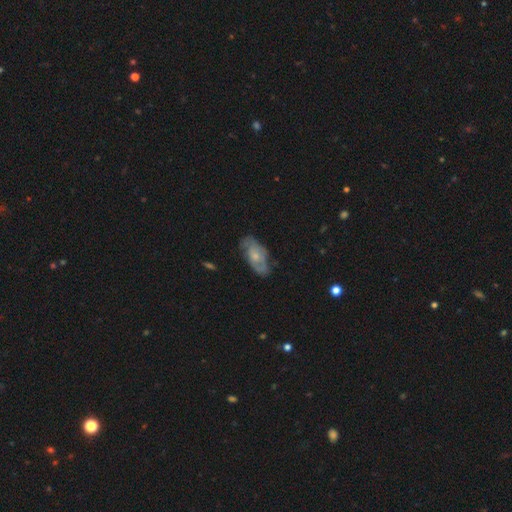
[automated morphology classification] Smooth or featured? Predicted: featured or disk (p=0.59). Edge-on disk? Predicted: no (p=0.91). Bar? Predicted: no (p=0.77). Spiral arms? Predicted: yes (p=0.72). Bulge size? Predicted: small (p=0.53). Merging? Predicted: none (p=0.66).